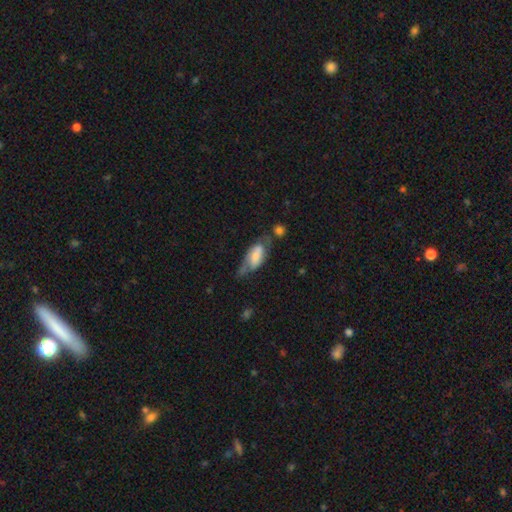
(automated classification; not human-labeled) Overall: smooth (48%; featured or disk 45%). Merging: none (38%; minor disturbance 31%).